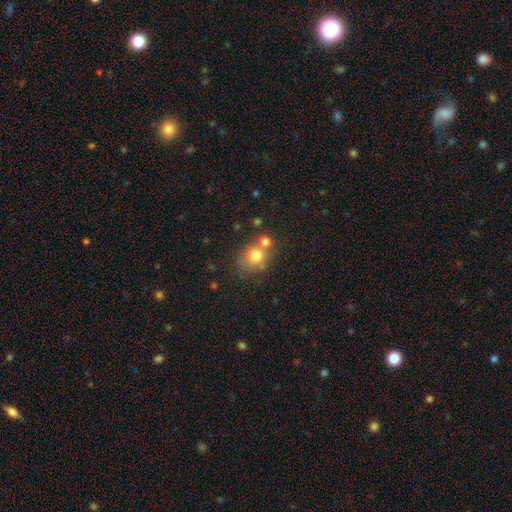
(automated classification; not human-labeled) smooth 75%, featured or disk 13%, star or artifact 12%. Down the decision tree: how rounded — round (71%); merging — none (47%).